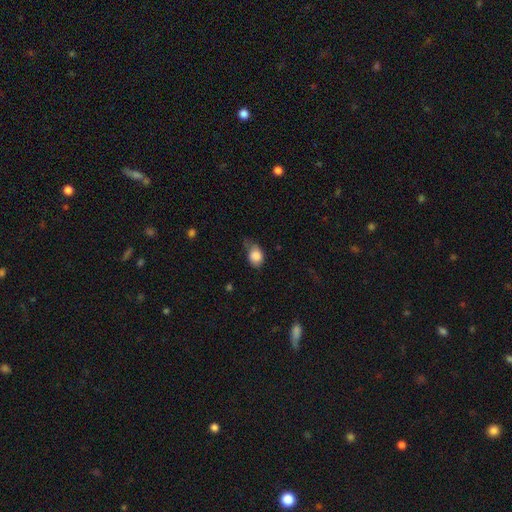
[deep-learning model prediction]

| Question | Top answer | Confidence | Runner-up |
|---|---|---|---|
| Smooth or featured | smooth | 84% | star or artifact (8%) |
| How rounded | in between | 62% | round (36%) |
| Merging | minor disturbance | 43% | none (33%) |